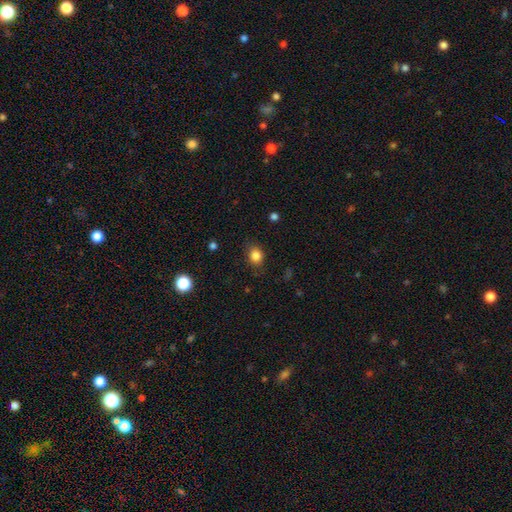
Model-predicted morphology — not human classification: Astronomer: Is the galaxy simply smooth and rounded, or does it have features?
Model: smooth — 84%.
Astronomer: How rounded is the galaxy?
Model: round — 58% (runner-up: in between, 41%).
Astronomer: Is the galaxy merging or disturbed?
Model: none — 81%.